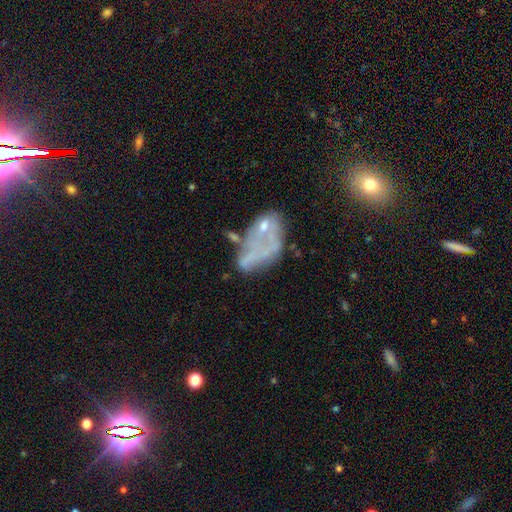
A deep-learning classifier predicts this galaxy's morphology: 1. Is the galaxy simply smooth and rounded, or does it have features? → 54% featured or disk, 31% smooth, 15% star or artifact.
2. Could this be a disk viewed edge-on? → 96% no, 4% yes.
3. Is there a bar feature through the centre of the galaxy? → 90% no, 7% weak, 3% strong.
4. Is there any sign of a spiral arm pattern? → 89% no, 11% yes.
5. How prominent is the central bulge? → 67% none, 18% small, 12% moderate, 2% large, 1% dominant.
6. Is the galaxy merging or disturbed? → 31% major disturbance, 28% none, 20% merger, 20% minor disturbance.